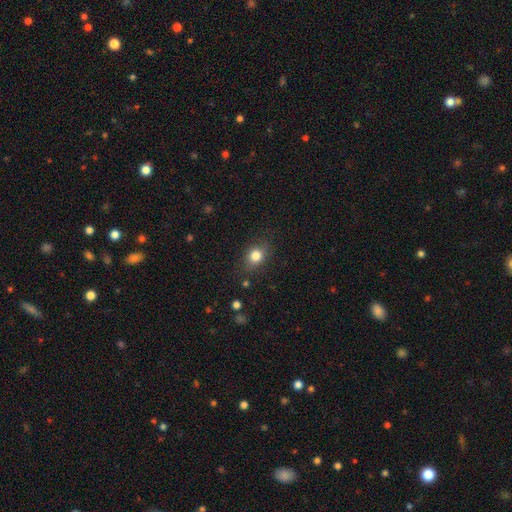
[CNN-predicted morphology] Smooth or featured?
  - smooth: 81% *
  - star or artifact: 11%
  - featured or disk: 8%
How rounded?
  - round: 51% *
  - in between: 48%
  - cigar-shaped: 1%
Merging?
  - none: 81% *
  - minor disturbance: 14%
  - major disturbance: 4%
  - merger: 1%